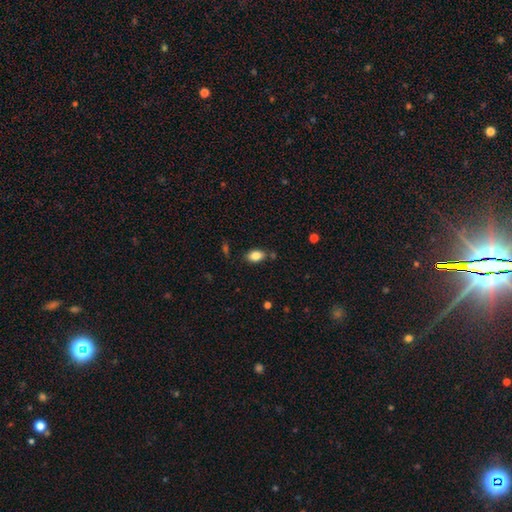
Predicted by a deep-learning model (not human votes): This is clearly a smooth galaxy (84%). How rounded: clearly in between (86%). Merging: likely none (79%).